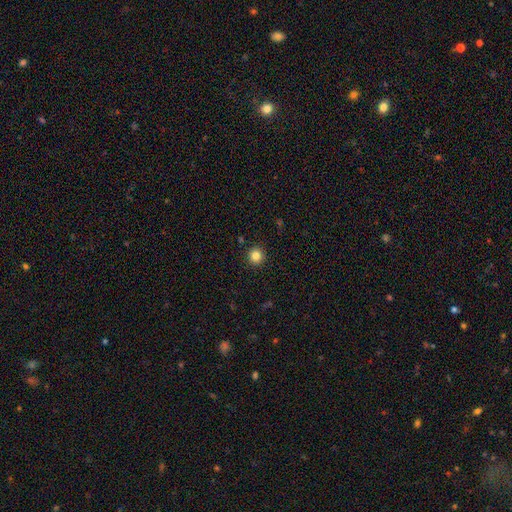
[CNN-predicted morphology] Q: Smooth or featured?
A: smooth (83%); runner-up: star or artifact (12%)
Q: How rounded?
A: round (94%); runner-up: in between (5%)
Q: Merging?
A: none (93%); runner-up: minor disturbance (5%)